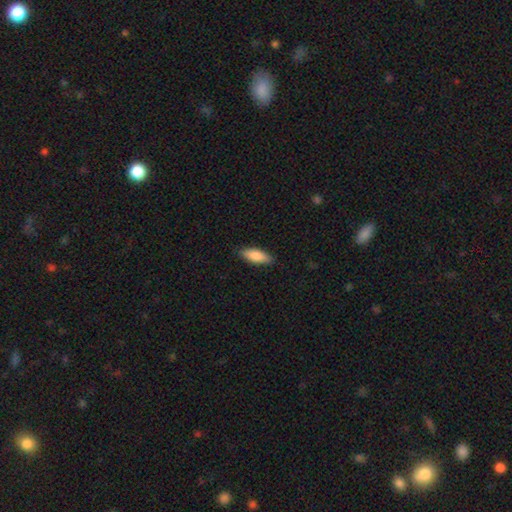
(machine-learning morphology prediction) type=smooth (85%); roundness=in between (69%); merging=none (87%).